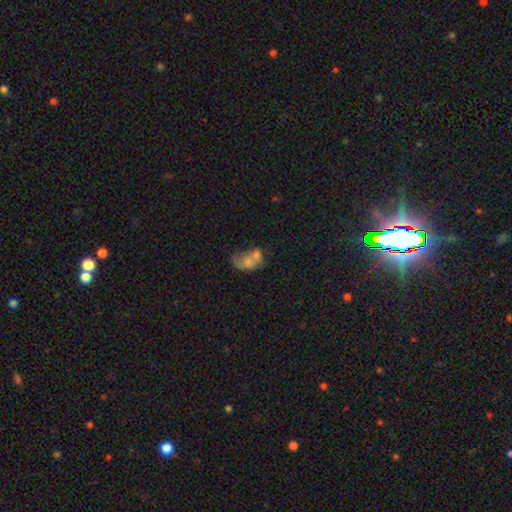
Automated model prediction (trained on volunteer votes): Smooth or featured? Predicted: smooth (p=0.56). How rounded? Predicted: in between (p=0.79). Merging? Predicted: merger (p=0.53).